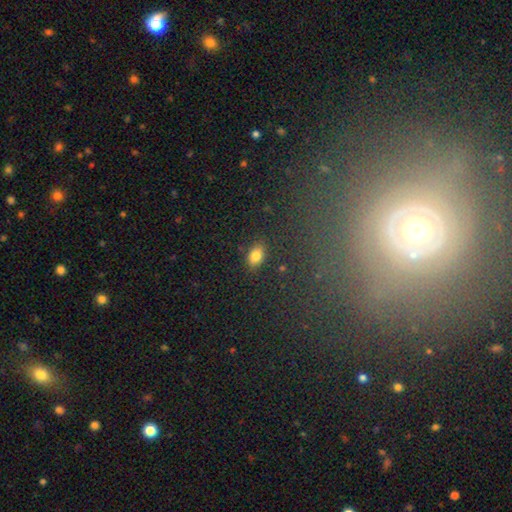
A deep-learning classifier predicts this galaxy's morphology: Smooth or featured: smooth — 81% (star or artifact — 11%)
How rounded: in between — 84% (round — 14%)
Merging: none — 85% (minor disturbance — 10%)